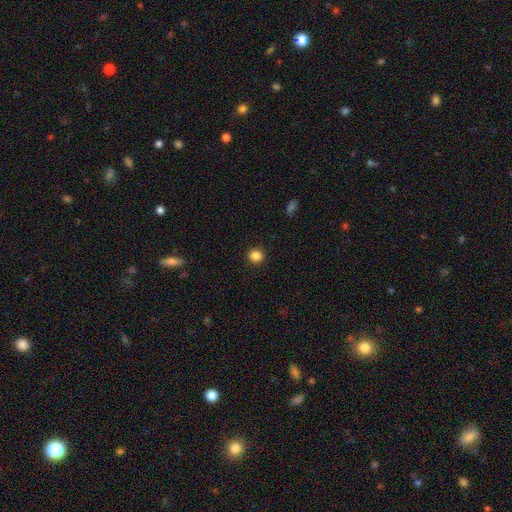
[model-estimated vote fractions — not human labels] Overall: smooth (85%). How rounded: round (92%). Merging: none (92%).